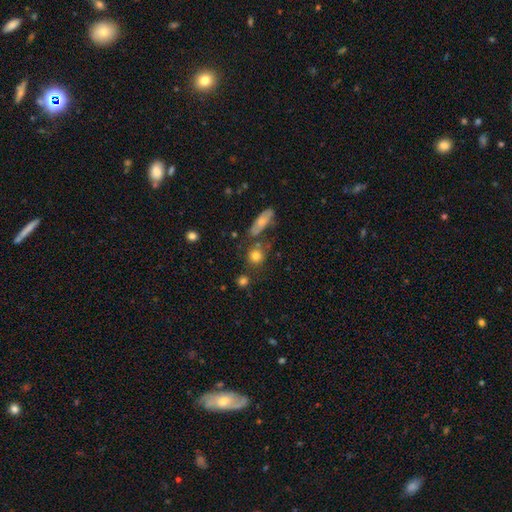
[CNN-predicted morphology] Q: Smooth or featured?
A: smooth (78%); runner-up: star or artifact (12%)
Q: How rounded?
A: round (82%); runner-up: in between (14%)
Q: Merging?
A: none (69%); runner-up: merger (14%)